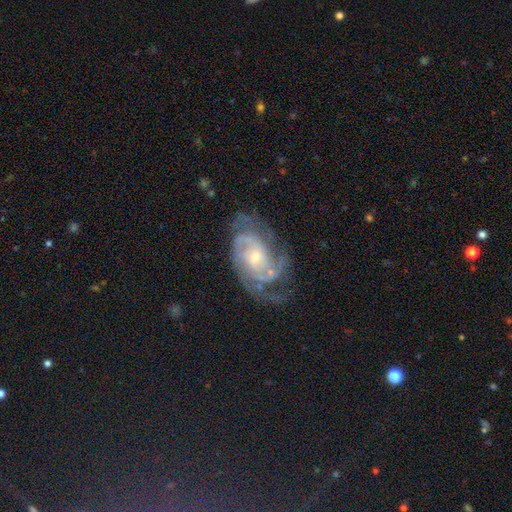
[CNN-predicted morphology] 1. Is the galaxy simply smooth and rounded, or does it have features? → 84% featured or disk, 9% star or artifact, 7% smooth.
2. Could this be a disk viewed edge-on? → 97% no, 3% yes.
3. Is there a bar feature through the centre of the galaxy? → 63% no, 30% weak, 8% strong.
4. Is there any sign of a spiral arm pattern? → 97% yes, 3% no.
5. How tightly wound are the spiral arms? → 57% tight, 35% medium, 8% loose.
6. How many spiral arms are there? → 27% 2 (tied), 27% 3 (tied), 23% can't tell, 11% 4, 6% more than 4, 6% 1.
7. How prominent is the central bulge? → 51% small, 42% moderate, 3% large, 2% none, 1% dominant.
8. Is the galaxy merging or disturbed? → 66% none, 21% minor disturbance, 12% major disturbance, 2% merger.